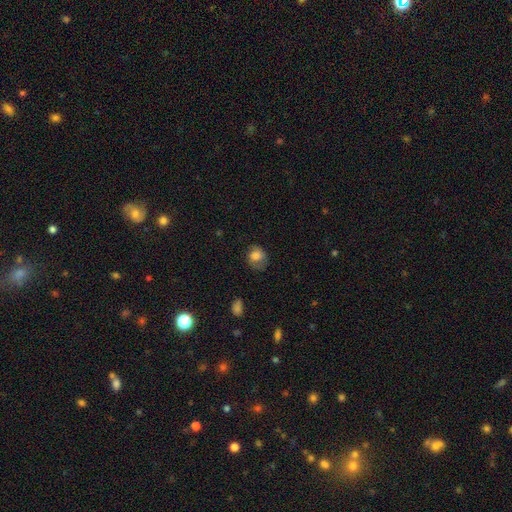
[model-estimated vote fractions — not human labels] smooth_or_featured: smooth (p=0.75) [alt: featured or disk p=0.16]
how_rounded: round (p=0.64) [alt: in between p=0.35]
merging: none (p=0.60) [alt: minor disturbance p=0.26]